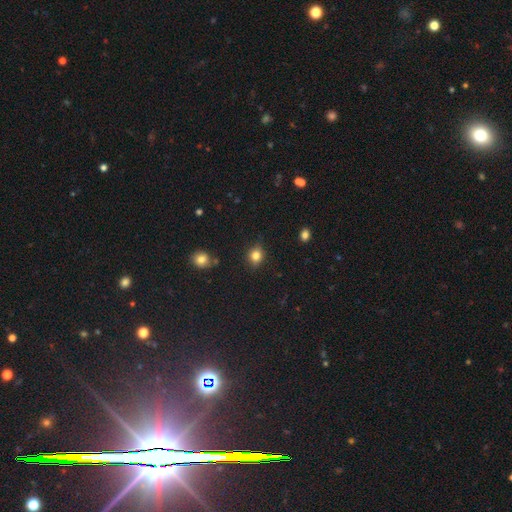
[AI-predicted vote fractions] A smooth galaxy with no disk features (81%) that is round (66%). Merging: none (83%).